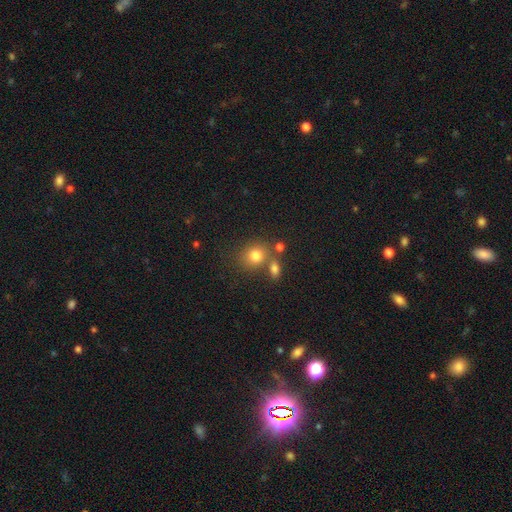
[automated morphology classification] smooth-or-featured: smooth: 78% | star or artifact: 13% | featured or disk: 9%
  how-rounded: round: 70% | in between: 29% | cigar-shaped: 1%
  merging: none: 61% | merger: 23% | minor disturbance: 12% | major disturbance: 5%